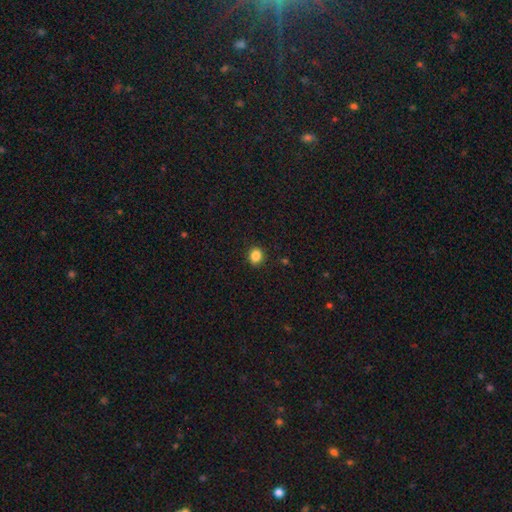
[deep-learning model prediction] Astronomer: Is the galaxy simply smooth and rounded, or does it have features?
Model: smooth — 86%.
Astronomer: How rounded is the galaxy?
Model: round — 76%.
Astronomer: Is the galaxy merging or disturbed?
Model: none — 90%.